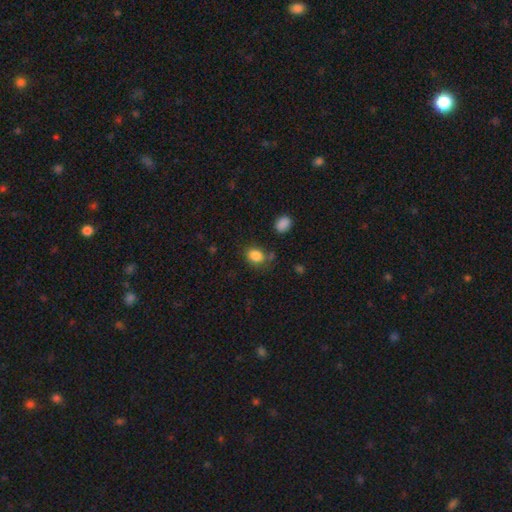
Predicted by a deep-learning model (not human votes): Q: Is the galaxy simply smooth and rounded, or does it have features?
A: smooth — 85%.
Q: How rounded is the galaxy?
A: in between — 62%.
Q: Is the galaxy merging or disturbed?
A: none — 69%.